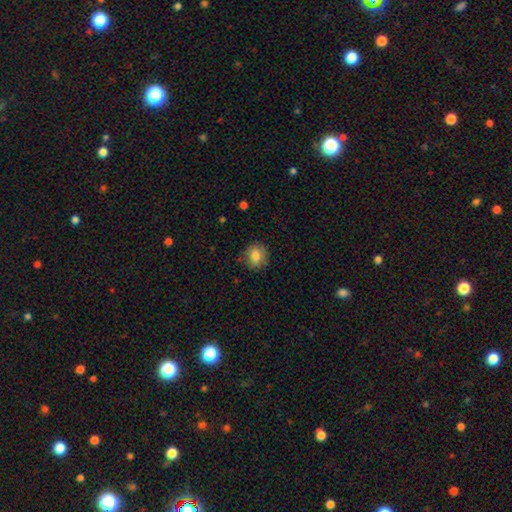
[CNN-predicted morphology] This appears to be a smooth galaxy with no disk features (82%) that is round (83%). Merging: none (84%).